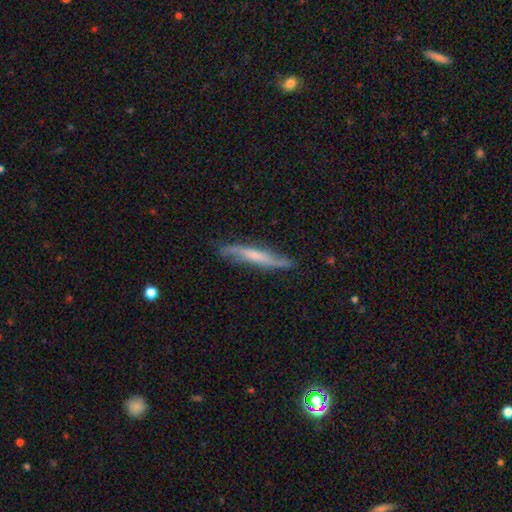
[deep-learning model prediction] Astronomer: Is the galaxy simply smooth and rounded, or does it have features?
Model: featured or disk — 55% (runner-up: smooth, 39%).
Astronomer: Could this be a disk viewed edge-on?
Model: yes — 72%.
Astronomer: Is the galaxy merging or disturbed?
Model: none — 75%.